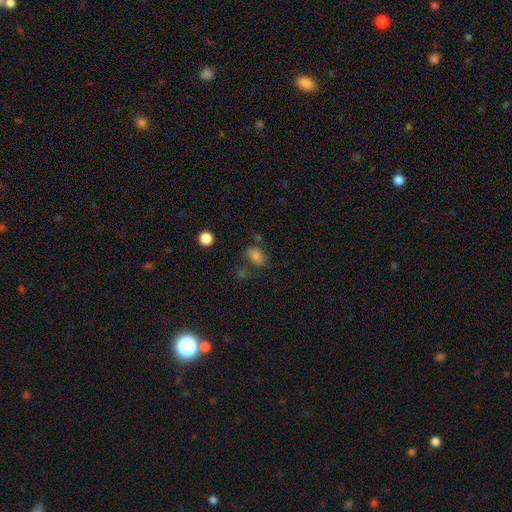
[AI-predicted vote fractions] This is likely a smooth galaxy (71%). How rounded: likely in between (78%). Merging: likely none (60%).